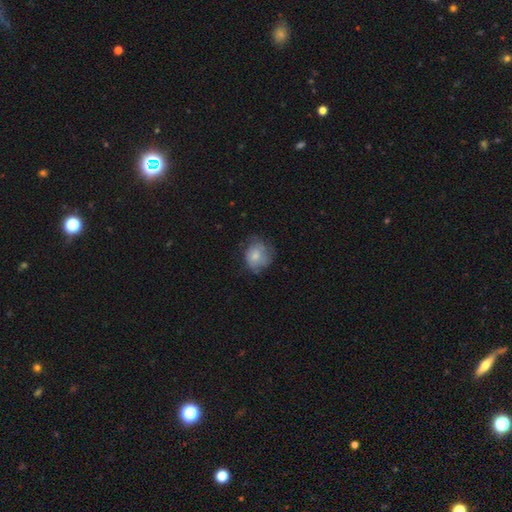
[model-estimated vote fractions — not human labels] Morphology: type=smooth (65%); roundness=round (67%); merging=none (53%).